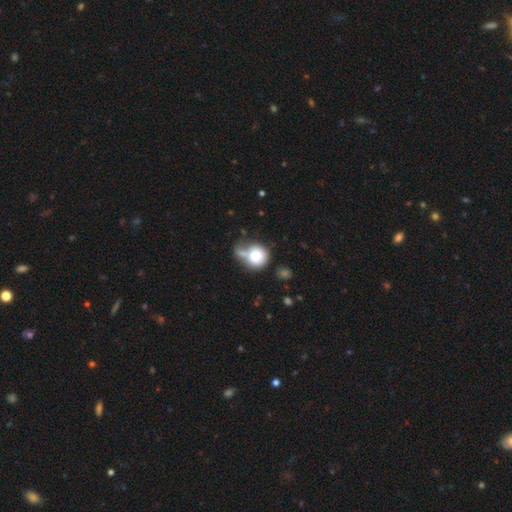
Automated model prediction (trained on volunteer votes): A smooth galaxy with no disk features (74%) that is round (79%).

Vote fractions:
- Smooth or featured? smooth: 74% / featured or disk: 17% / star or artifact: 9%
- How rounded? round: 79% / in between: 20% / cigar-shaped: 1%
- Merging? merger: 36% / none: 31% / minor disturbance: 19% / major disturbance: 15%